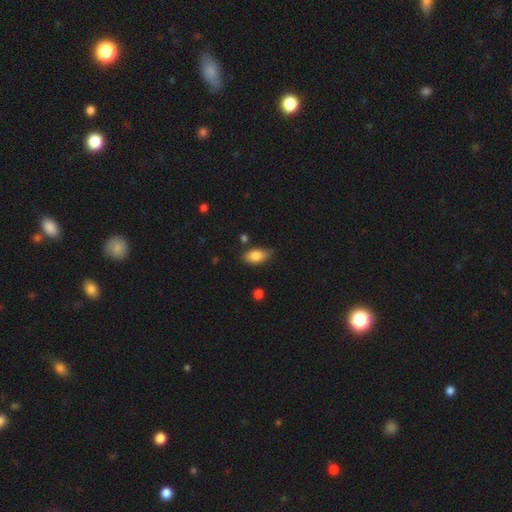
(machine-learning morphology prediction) This is clearly a smooth galaxy (84%). How rounded: clearly in between (91%). Merging: likely none (75%).